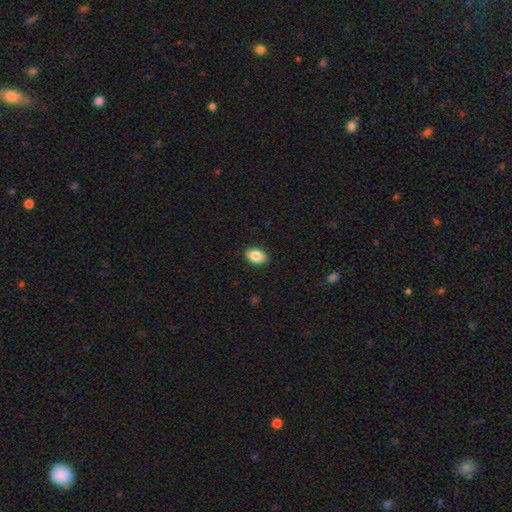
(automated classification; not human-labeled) smooth_or_featured: smooth (p=0.86) [alt: star or artifact p=0.07]
how_rounded: in between (p=0.90) [alt: round p=0.08]
merging: none (p=0.88) [alt: minor disturbance p=0.09]